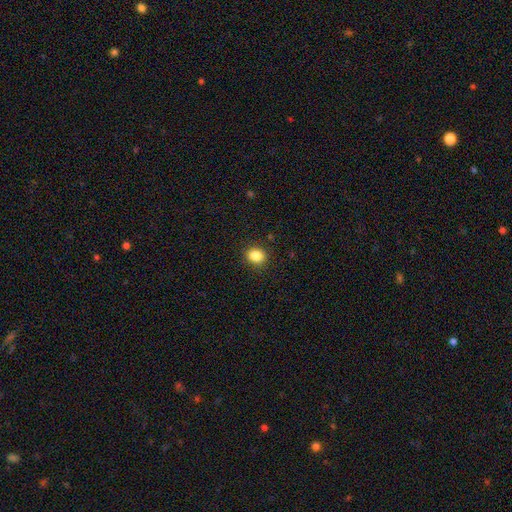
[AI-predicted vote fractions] Q: Smooth or featured?
A: smooth (86%); runner-up: star or artifact (10%)
Q: How rounded?
A: round (60%); runner-up: in between (39%)
Q: Merging?
A: none (89%); runner-up: minor disturbance (8%)